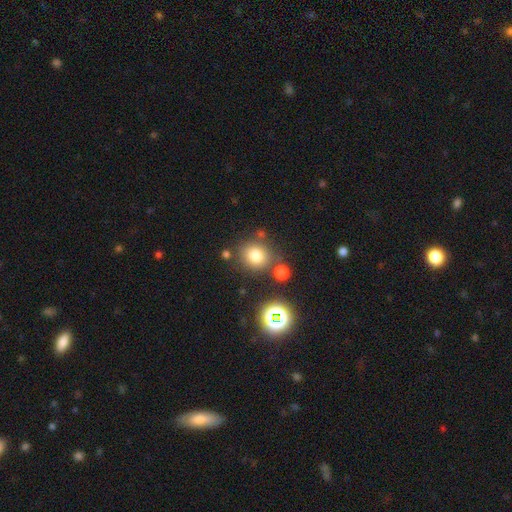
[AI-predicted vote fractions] A smooth galaxy with no disk features (76%) that is round (81%). Merging: none (75%).